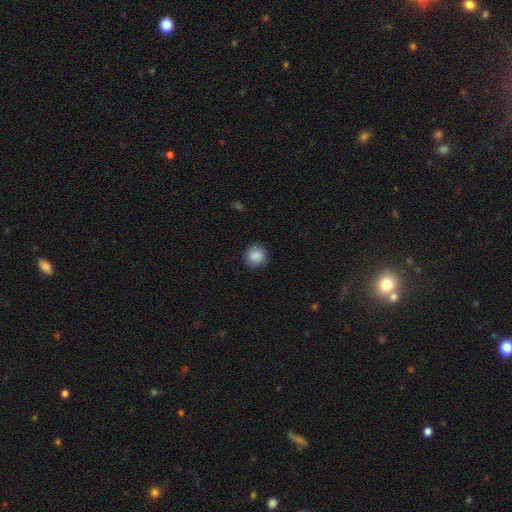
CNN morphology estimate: type=smooth (87%); roundness=round (89%); merging=none (86%).